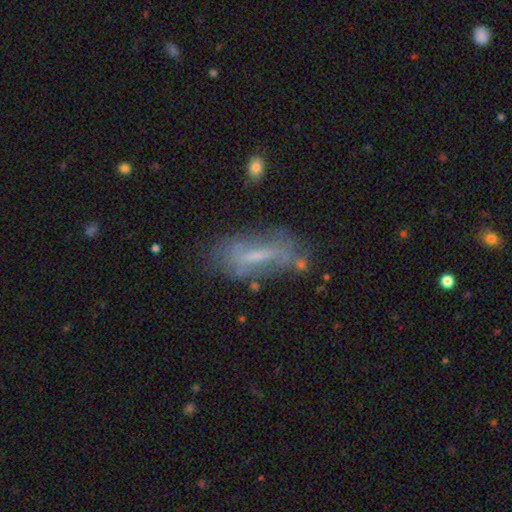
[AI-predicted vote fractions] Smooth or featured?
  - featured or disk: 51% *
  - smooth: 39%
  - star or artifact: 10%
Edge-on disk?
  - no: 75% *
  - yes: 25%
Merging?
  - none: 56% *
  - minor disturbance: 25%
  - major disturbance: 14%
  - merger: 6%